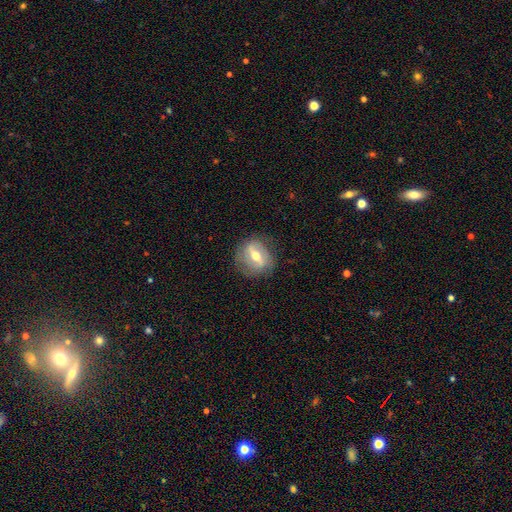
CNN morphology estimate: smooth_or_featured: featured or disk (p=0.66) [alt: smooth p=0.26]
disk_edge_on: no (p=0.87) [alt: yes p=0.13]
bar: strong (p=0.55) [alt: weak p=0.33]
has_spiral_arms: yes (p=0.56) [alt: no p=0.44]
bulge_size: moderate (p=0.71) [alt: small p=0.21]
merging: none (p=0.76) [alt: minor disturbance p=0.16]